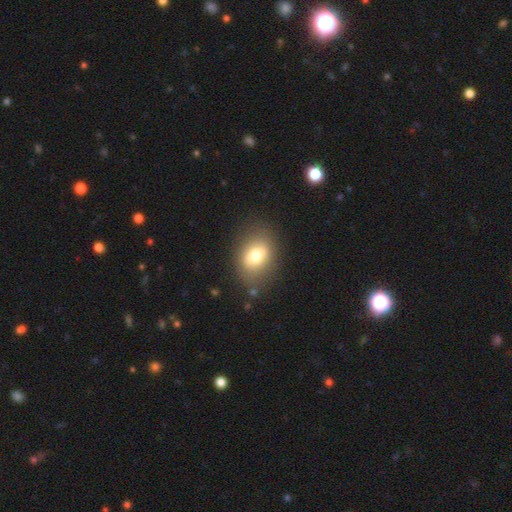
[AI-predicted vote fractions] Overall: smooth (72%). How rounded: in between (75%). Merging: none (78%).